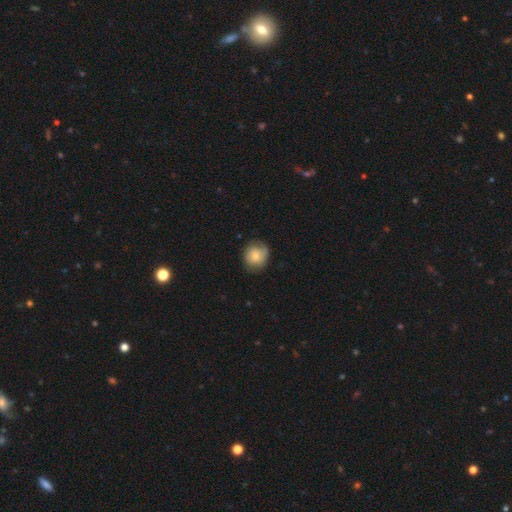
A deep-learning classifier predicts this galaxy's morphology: smooth-or-featured: smooth: 68% | featured or disk: 24% | star or artifact: 8%
  how-rounded: round: 77% | in between: 22% | cigar-shaped: 1%
  merging: none: 69% | minor disturbance: 23% | major disturbance: 7% | merger: 1%